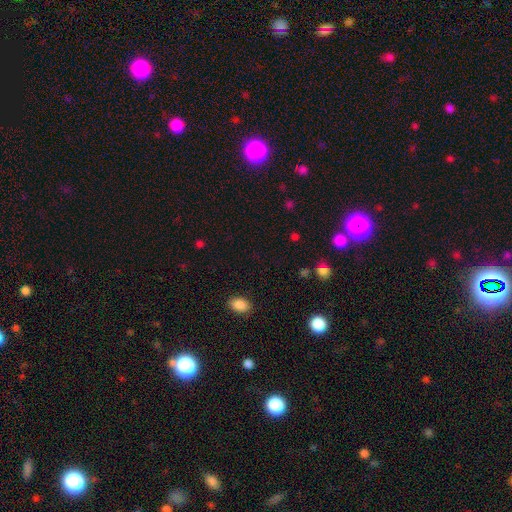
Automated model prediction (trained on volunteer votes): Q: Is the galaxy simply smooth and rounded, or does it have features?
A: smooth — 56%.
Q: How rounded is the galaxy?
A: round — 54%.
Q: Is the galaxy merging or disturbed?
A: none — 83%.